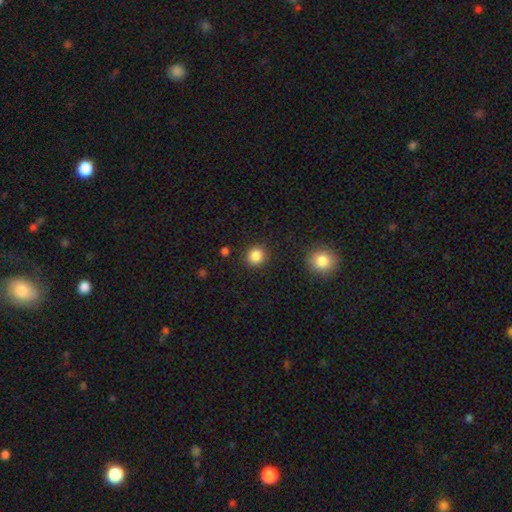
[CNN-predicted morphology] Q: Smooth or featured?
A: smooth (86%); runner-up: star or artifact (10%)
Q: How rounded?
A: round (88%); runner-up: in between (11%)
Q: Merging?
A: none (89%); runner-up: minor disturbance (6%)